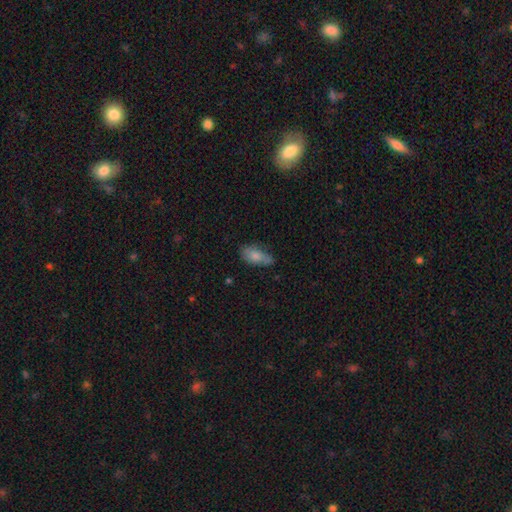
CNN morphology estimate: A smooth galaxy with no disk features (78%) that is in between round and cigar-shaped (85%). Merging: none (58%).